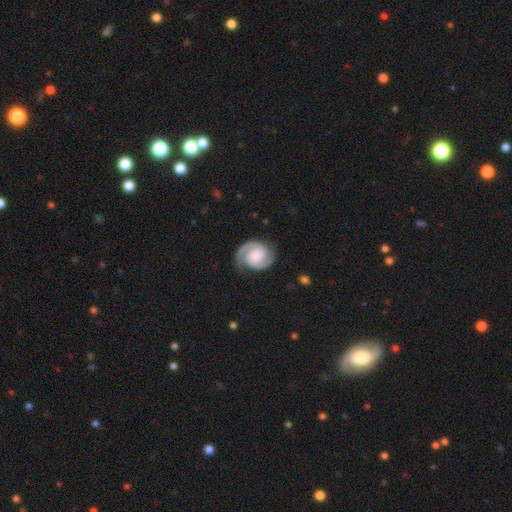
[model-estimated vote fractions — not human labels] Smooth or featured? Predicted: featured or disk (p=0.89). Edge-on disk? Predicted: no (p=0.98). Bar? Predicted: no (p=0.54). Spiral arms? Predicted: yes (p=0.98). Spiral winding? Predicted: tight (p=0.48). Spiral arm count? Predicted: 2 (p=0.93). Bulge size? Predicted: moderate (p=0.30). Merging? Predicted: none (p=0.81).